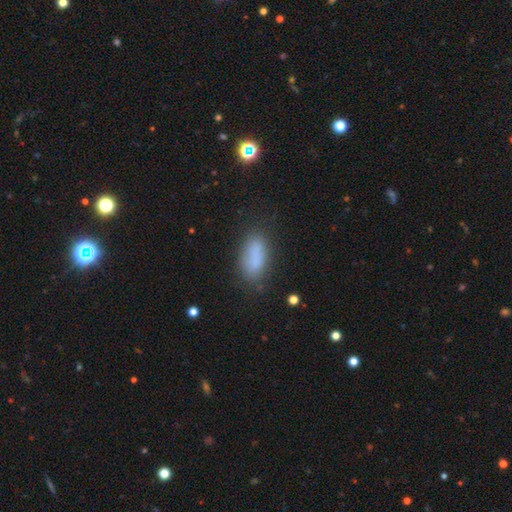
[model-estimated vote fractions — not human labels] Smooth or featured? smooth (82%)
How rounded? in between (81%)
Merging? none (75%)